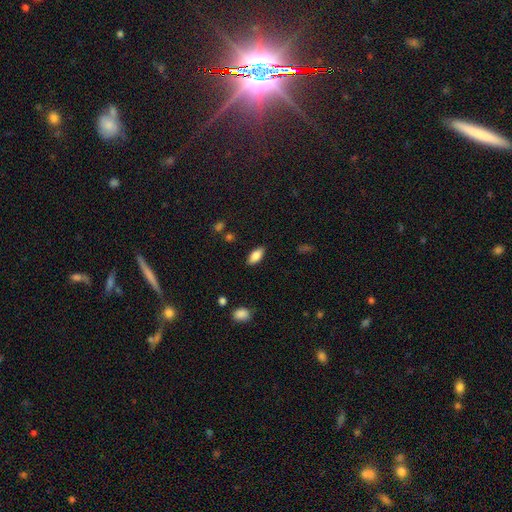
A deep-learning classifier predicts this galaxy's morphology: A smooth galaxy with no disk features (83%) that is in between round and cigar-shaped (89%).

Vote fractions:
- Smooth or featured? smooth: 83% / featured or disk: 10% / star or artifact: 7%
- How rounded? in between: 89% / cigar-shaped: 9% / round: 2%
- Merging? none: 85% / minor disturbance: 11% / major disturbance: 3% / merger: 1%